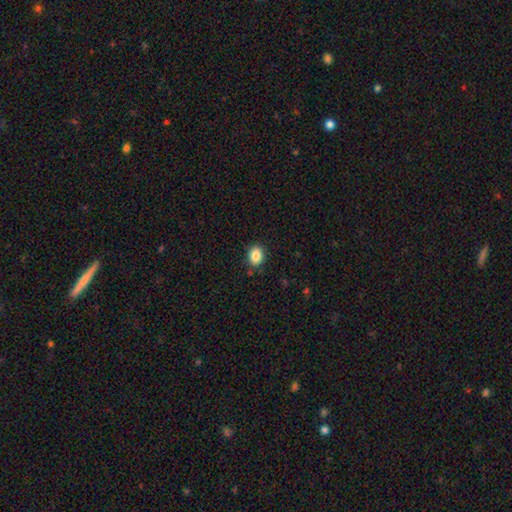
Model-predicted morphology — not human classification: smooth-or-featured: smooth: 85% | star or artifact: 9% | featured or disk: 6%
  how-rounded: in between: 52% | round: 47% | cigar-shaped: 1%
  merging: none: 87% | minor disturbance: 9% | major disturbance: 2% | merger: 2%